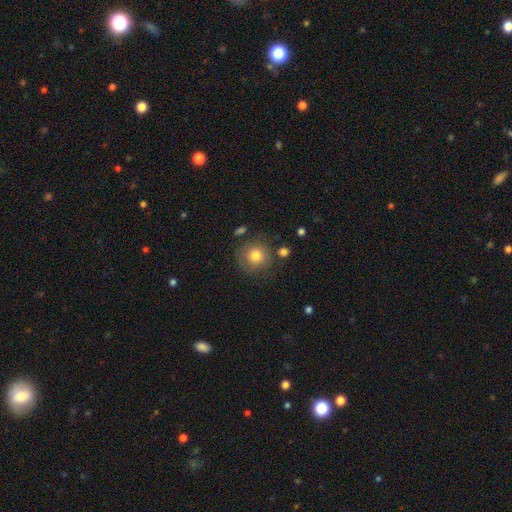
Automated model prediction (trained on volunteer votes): Smooth or featured?
  - smooth: 77% *
  - featured or disk: 13%
  - star or artifact: 10%
How rounded?
  - round: 92% *
  - in between: 7%
  - cigar-shaped: 1%
Merging?
  - none: 76% *
  - minor disturbance: 14%
  - major disturbance: 6%
  - merger: 4%